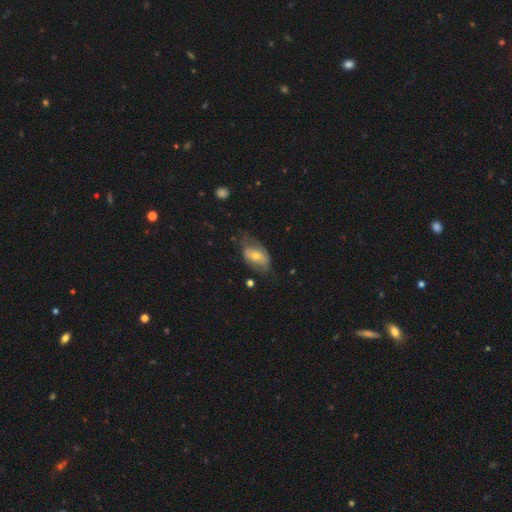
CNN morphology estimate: Overall: smooth (47%; featured or disk 46%). Merging: none (42%; minor disturbance 34%).